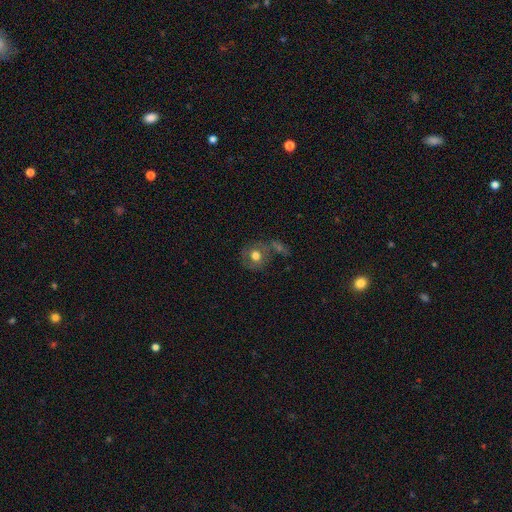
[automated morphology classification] smooth 60%, featured or disk 31%, star or artifact 9%. Down the decision tree: how rounded — round (84%); merging — none (61%).